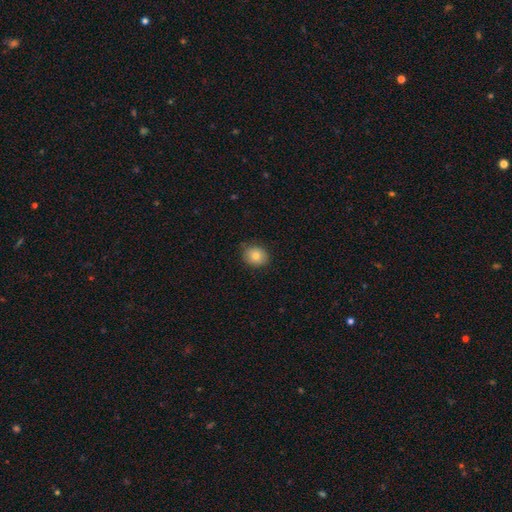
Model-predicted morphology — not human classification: This is clearly a smooth galaxy (81%). How rounded: possibly round (57%). Merging: clearly none (83%).